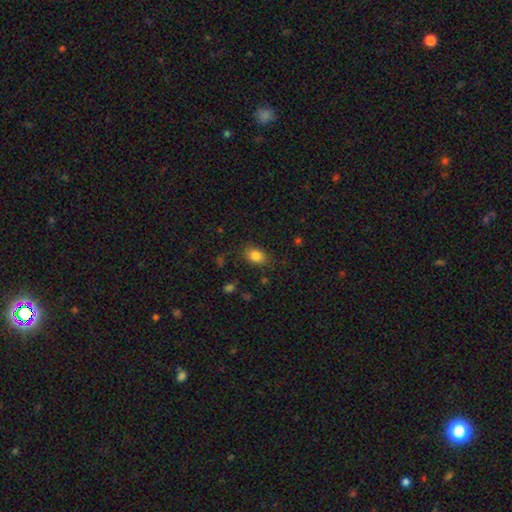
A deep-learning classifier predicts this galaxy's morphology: Smooth or featured? smooth (84%)
How rounded? in between (75%)
Merging? none (81%)